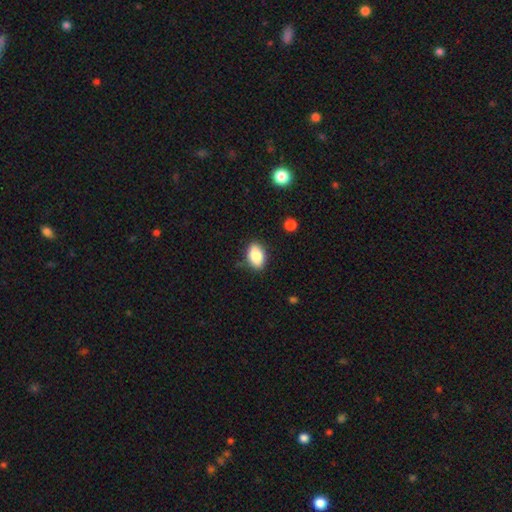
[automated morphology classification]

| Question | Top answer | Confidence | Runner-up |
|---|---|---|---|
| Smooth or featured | smooth | 85% | star or artifact (8%) |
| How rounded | in between | 89% | round (9%) |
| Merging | none | 84% | minor disturbance (12%) |